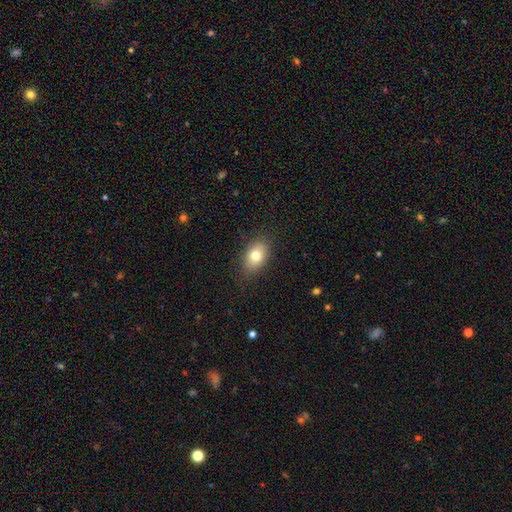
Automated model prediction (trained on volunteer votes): A smooth galaxy with no disk features (78%) that is in between round and cigar-shaped (85%).

Vote fractions:
- Smooth or featured? smooth: 78% / featured or disk: 13% / star or artifact: 9%
- How rounded? in between: 85% / round: 13% / cigar-shaped: 2%
- Merging? none: 84% / minor disturbance: 12% / major disturbance: 3% / merger: 1%